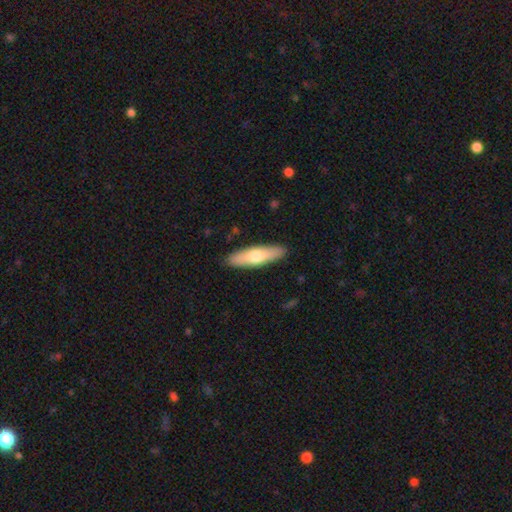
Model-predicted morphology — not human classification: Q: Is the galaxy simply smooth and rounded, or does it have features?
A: smooth — 63%.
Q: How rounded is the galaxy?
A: cigar-shaped — 64%.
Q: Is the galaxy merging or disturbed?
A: none — 90%.